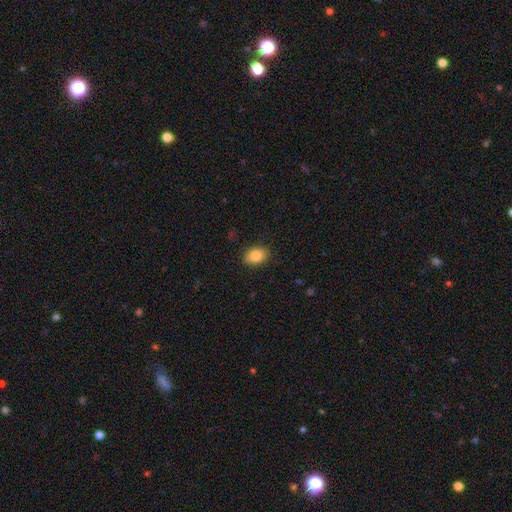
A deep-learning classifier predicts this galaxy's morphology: This appears to be a smooth galaxy with no disk features (86%) that is in between round and cigar-shaped (77%). Merging: none (87%).